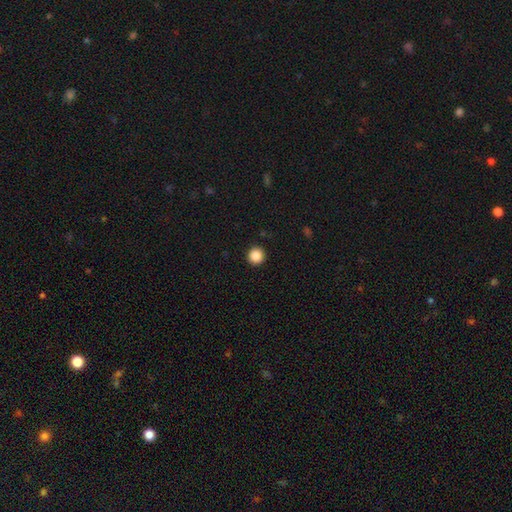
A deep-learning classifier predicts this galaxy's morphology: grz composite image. It shows a smooth galaxy with no disk features (87%) that is round (95%). Merging: none (93%).